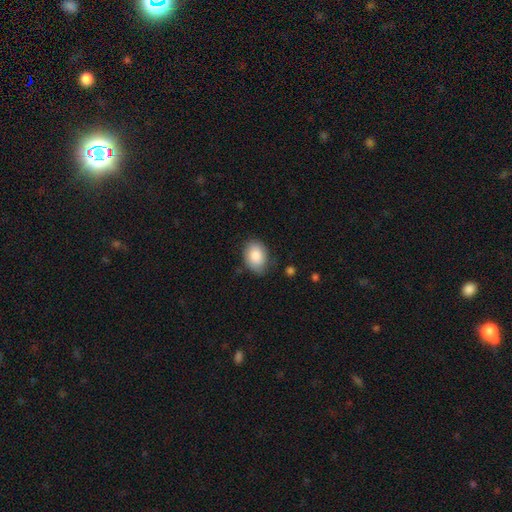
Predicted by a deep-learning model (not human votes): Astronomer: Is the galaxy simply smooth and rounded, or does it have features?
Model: smooth — 83%.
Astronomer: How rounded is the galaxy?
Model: in between — 78%.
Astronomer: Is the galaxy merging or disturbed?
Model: none — 72%.